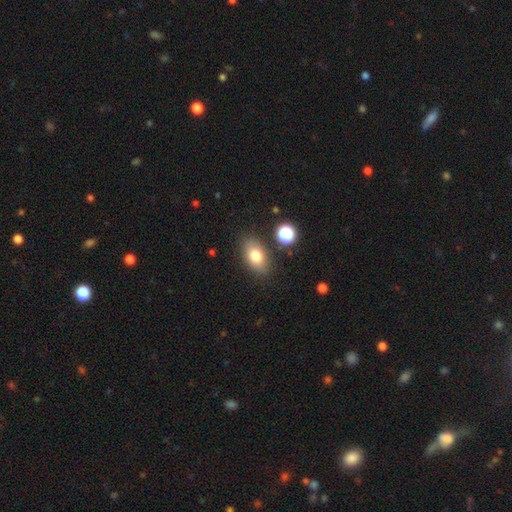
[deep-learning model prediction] smooth-or-featured: smooth: 78% | featured or disk: 13% | star or artifact: 9%
  how-rounded: in between: 88% | round: 10% | cigar-shaped: 2%
  merging: none: 82% | minor disturbance: 12% | merger: 3% | major disturbance: 3%